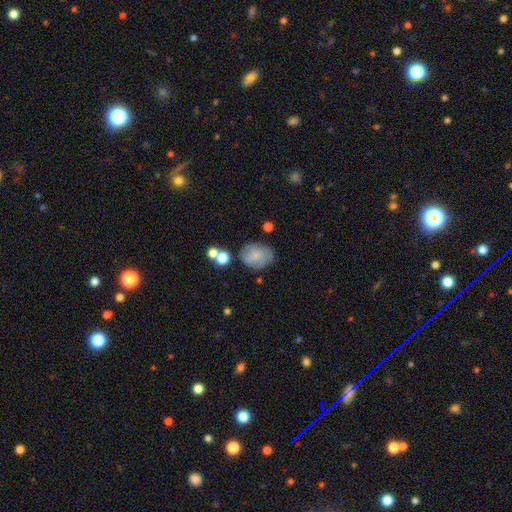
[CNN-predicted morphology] Overall: smooth (62%; featured or disk 28%). How rounded: in between (62%; round 37%). Merging: none (62%; minor disturbance 22%).